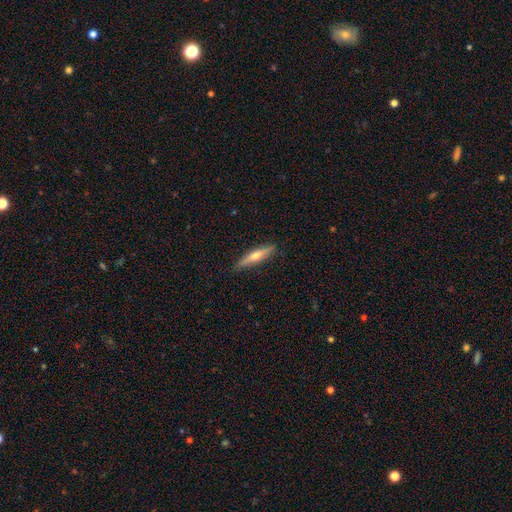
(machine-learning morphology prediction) smooth-or-featured: featured or disk: 50% | smooth: 44% | star or artifact: 6%
  disk-edge-on: yes: 93% | no: 7%
  merging: none: 88% | minor disturbance: 9% | major disturbance: 2% | merger: 1%